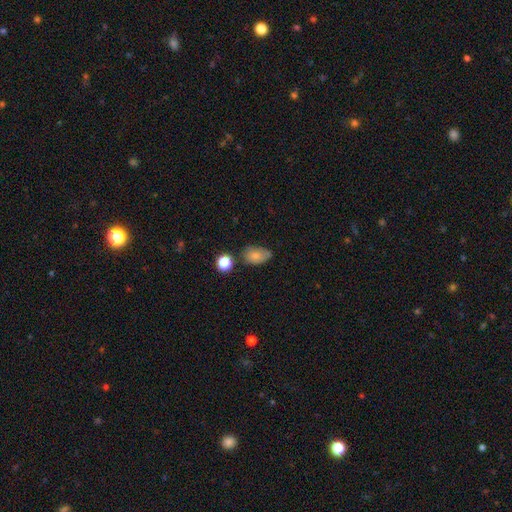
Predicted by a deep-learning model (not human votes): smooth 76%, featured or disk 13%, star or artifact 11%. Down the decision tree: how rounded — in between (83%); merging — none (51%).